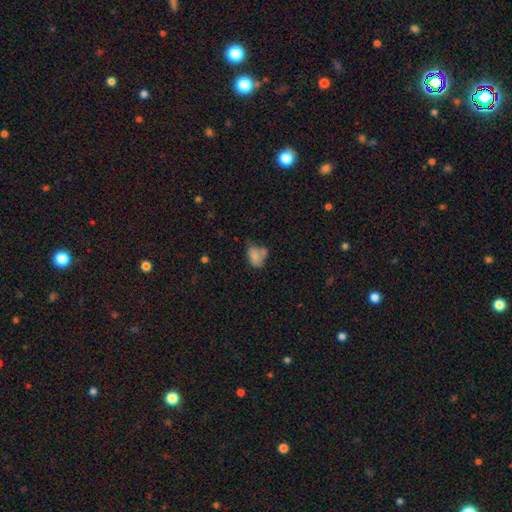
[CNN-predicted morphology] type=smooth (78%); roundness=in between (80%); merging=none (37%).